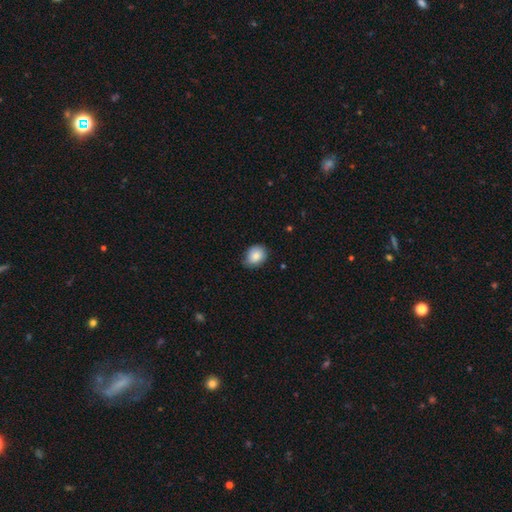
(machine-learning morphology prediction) smooth_or_featured: smooth (p=0.85) [alt: star or artifact p=0.08]
how_rounded: round (p=0.54) [alt: in between p=0.45]
merging: none (p=0.71) [alt: minor disturbance p=0.25]